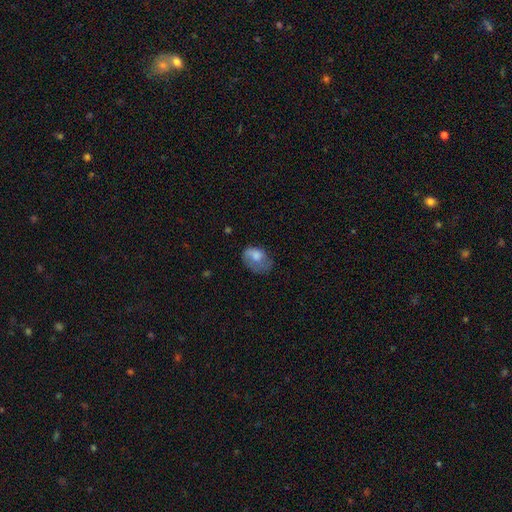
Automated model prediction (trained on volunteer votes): Smooth or featured? smooth (65%)
How rounded? in between (73%)
Merging? none (37%)